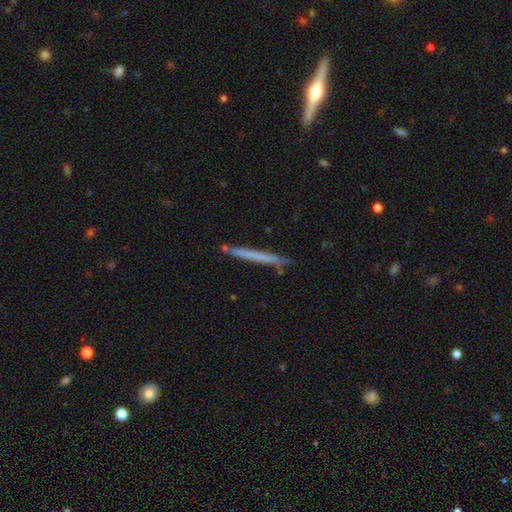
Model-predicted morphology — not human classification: smooth_or_featured: smooth (p=0.57) [alt: featured or disk p=0.37]
how_rounded: cigar-shaped (p=0.97) [alt: in between p=0.02]
merging: none (p=0.86) [alt: minor disturbance p=0.10]